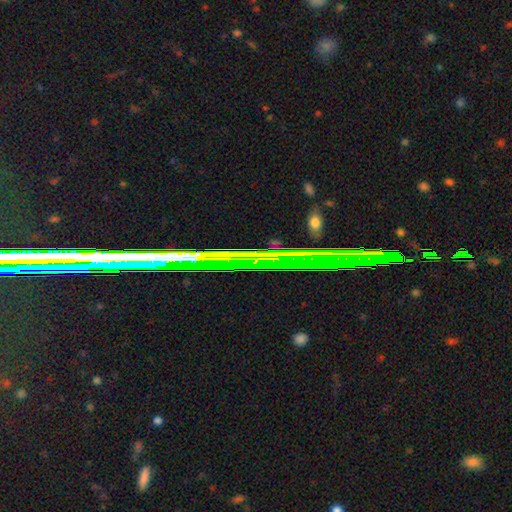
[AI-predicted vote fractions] smooth_or_featured: star or artifact (p=0.77) [alt: featured or disk p=0.14]